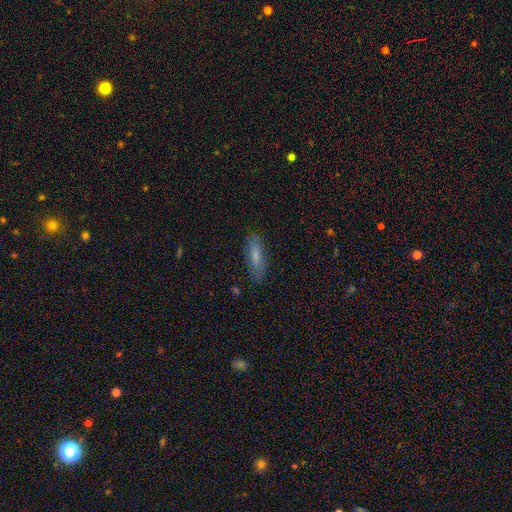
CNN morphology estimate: Overall: smooth (75%). How rounded: cigar-shaped (51%; in between 48%). Merging: none (80%).